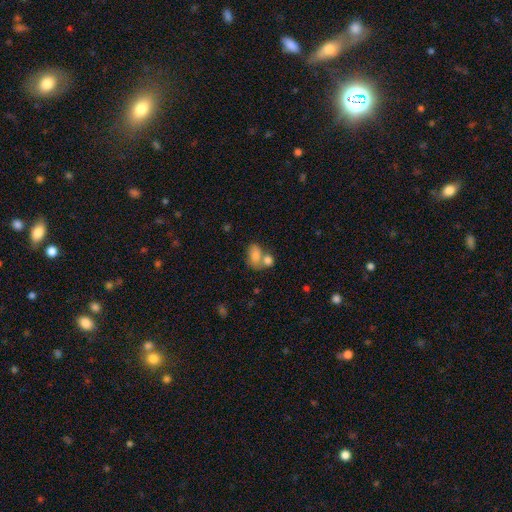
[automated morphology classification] Smooth or featured? Predicted: smooth (p=0.77). How rounded? Predicted: in between (p=0.80). Merging? Predicted: merger (p=0.52).